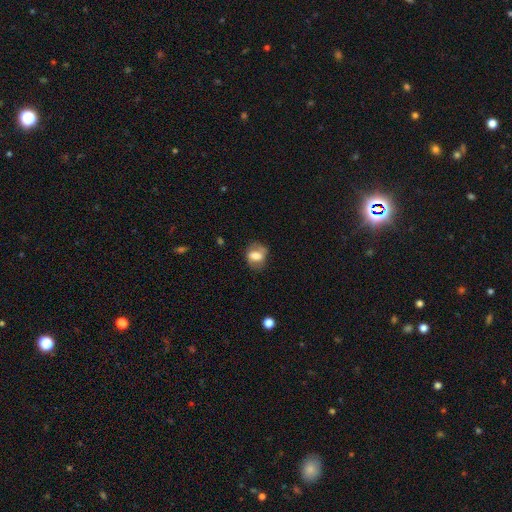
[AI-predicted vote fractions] A smooth galaxy with no disk features (64%) that is in between round and cigar-shaped (63%). Merging: none (62%).